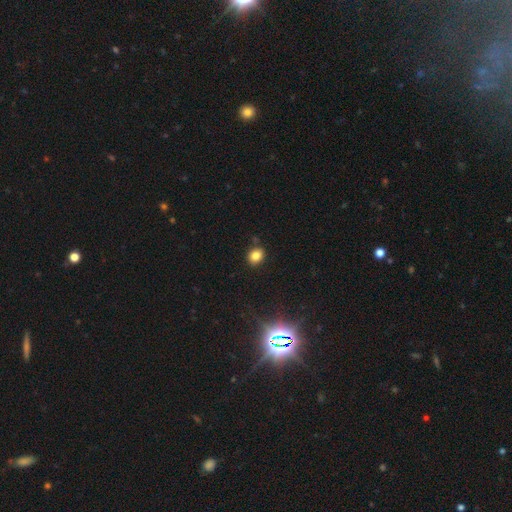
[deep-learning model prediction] Q: Smooth or featured?
A: smooth (82%); runner-up: star or artifact (12%)
Q: How rounded?
A: round (55%); runner-up: in between (44%)
Q: Merging?
A: none (85%); runner-up: minor disturbance (9%)